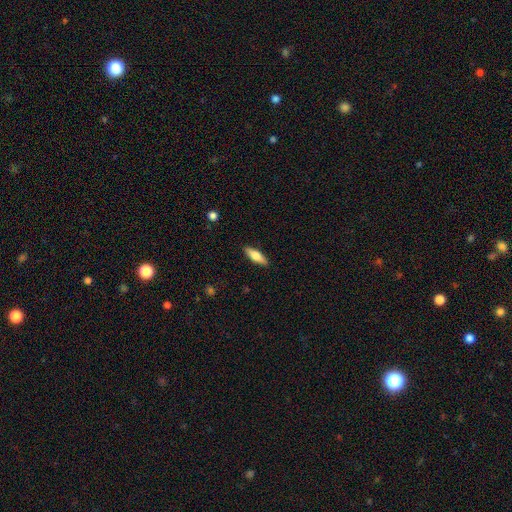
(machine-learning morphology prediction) Smooth or featured? Predicted: smooth (p=0.62). How rounded? Predicted: cigar-shaped (p=0.52). Merging? Predicted: none (p=0.89).